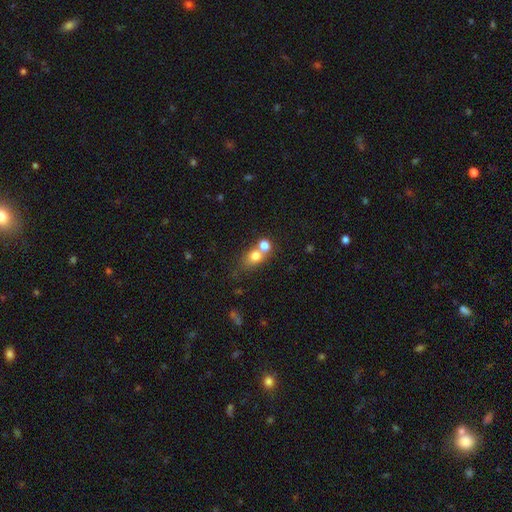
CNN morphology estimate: A smooth galaxy with no disk features (74%) that is round (52%). Merging: merger (46%).